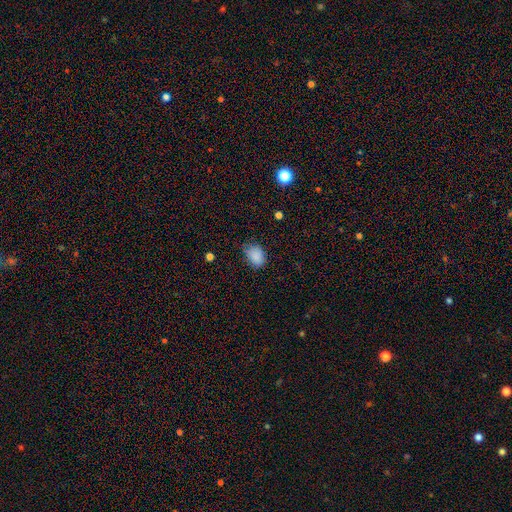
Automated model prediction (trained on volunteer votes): A smooth galaxy with no disk features (86%) that is in between round and cigar-shaped (74%). Merging: none (60%).